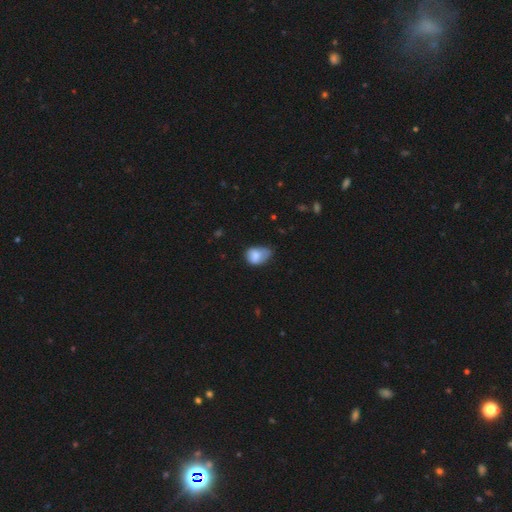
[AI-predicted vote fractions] This appears to be a smooth galaxy with no disk features (76%) that is in between round and cigar-shaped (68%). Merging: minor disturbance (48%).